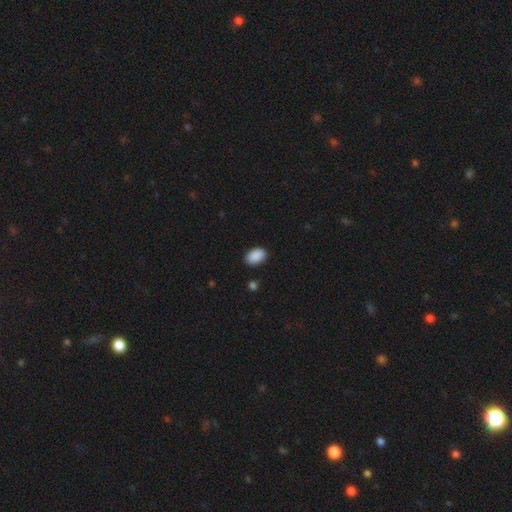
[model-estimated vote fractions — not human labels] This is clearly a smooth galaxy (90%). How rounded: clearly in between (89%). Merging: clearly none (87%).